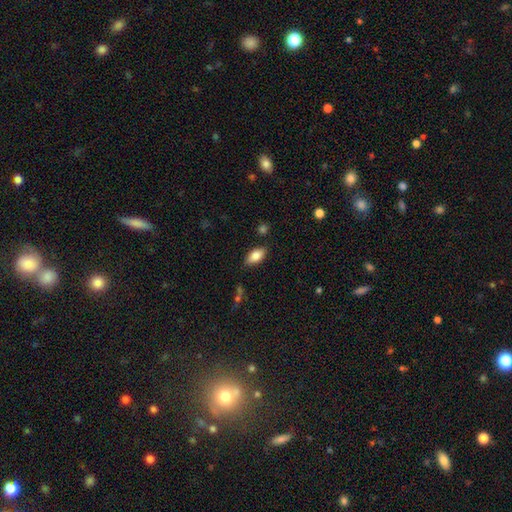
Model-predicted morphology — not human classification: Smooth or featured?
  - smooth: 83% *
  - featured or disk: 10%
  - star or artifact: 7%
How rounded?
  - in between: 91% *
  - cigar-shaped: 6%
  - round: 3%
Merging?
  - none: 83% *
  - minor disturbance: 12%
  - major disturbance: 3%
  - merger: 2%